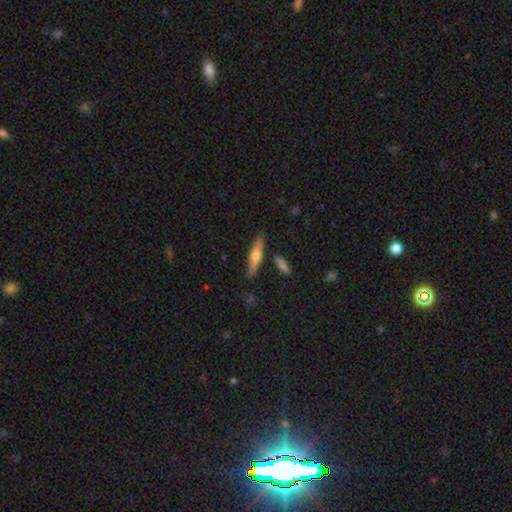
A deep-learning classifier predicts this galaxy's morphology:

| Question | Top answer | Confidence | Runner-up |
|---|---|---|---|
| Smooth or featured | smooth | 50% | featured or disk (43%) |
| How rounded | cigar-shaped | 82% | in between (16%) |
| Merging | none | 83% | minor disturbance (10%) |